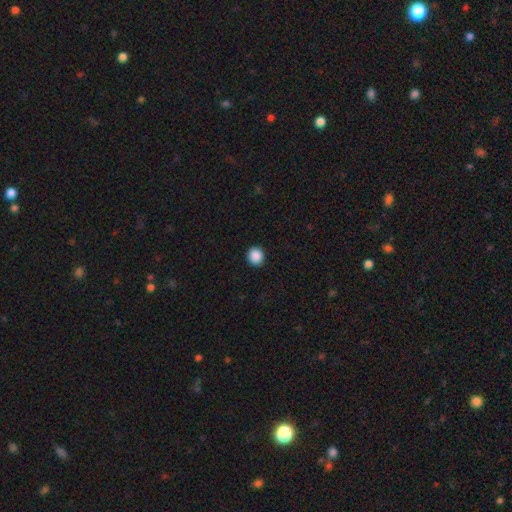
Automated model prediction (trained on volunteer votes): smooth-or-featured: smooth: 89% | star or artifact: 9% | featured or disk: 2%
  how-rounded: round: 88% | in between: 11% | cigar-shaped: 1%
  merging: none: 92% | minor disturbance: 5% | major disturbance: 2% | merger: 1%